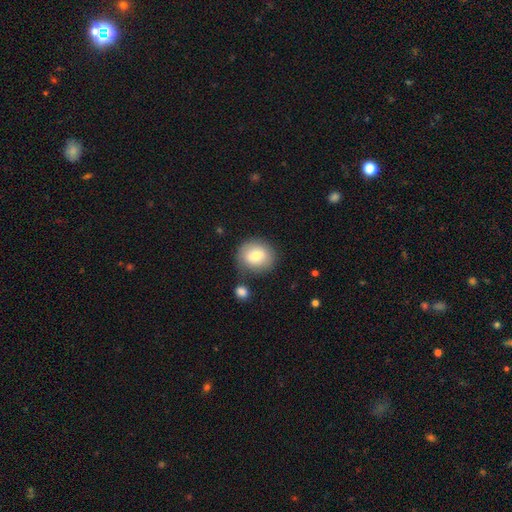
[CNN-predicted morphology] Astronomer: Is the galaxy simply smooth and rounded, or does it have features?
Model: smooth — 78%.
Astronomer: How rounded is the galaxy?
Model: round — 78%.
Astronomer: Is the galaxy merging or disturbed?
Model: none — 72%.